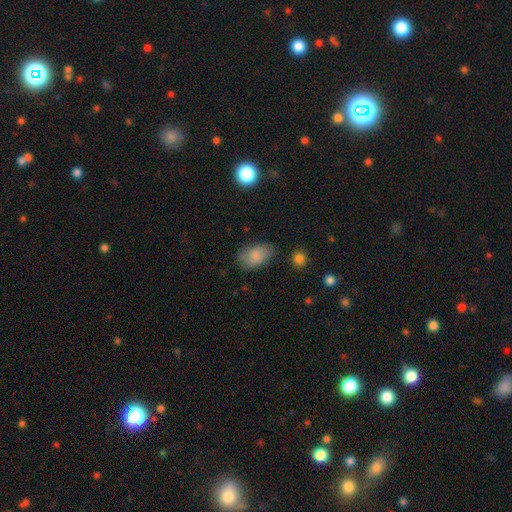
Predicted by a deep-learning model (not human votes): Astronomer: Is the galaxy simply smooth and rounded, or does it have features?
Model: smooth — 81%.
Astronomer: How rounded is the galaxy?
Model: in between — 91%.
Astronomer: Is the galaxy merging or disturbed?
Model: none — 72%.